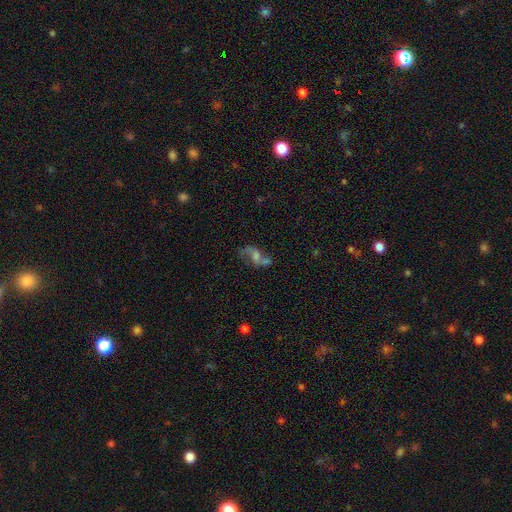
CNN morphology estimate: This appears to be a featured or disk galaxy (66%) with no bar (51%), 2 (85%) loose (77%) spiral arms (83%) and a moderate central bulge (31%). Merging: none (44%).